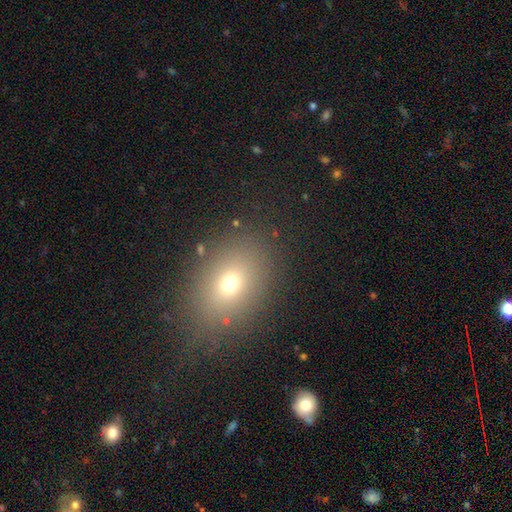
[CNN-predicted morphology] smooth 66%, star or artifact 20%, featured or disk 13%. Down the decision tree: how rounded — in between (65%); merging — none (82%).